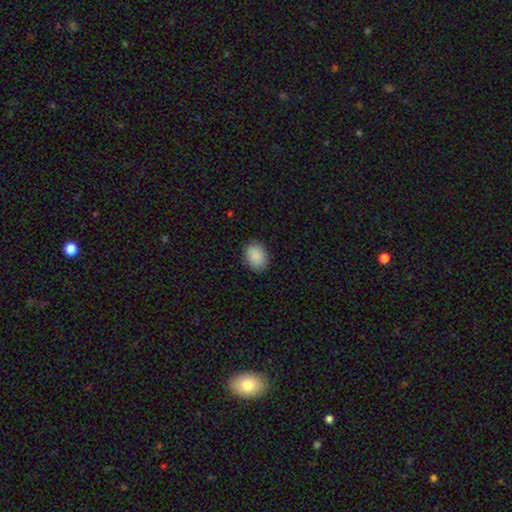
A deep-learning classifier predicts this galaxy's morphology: A smooth galaxy with no disk features (90%) that is in between round and cigar-shaped (68%). Merging: none (87%).